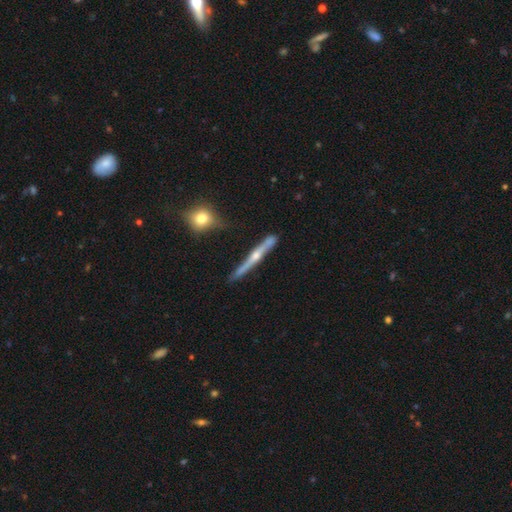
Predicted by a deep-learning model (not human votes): Morphology: type=featured or disk (76%); edge-on=yes (96%); edge-on bulge=rounded (85%); merging=none (80%).